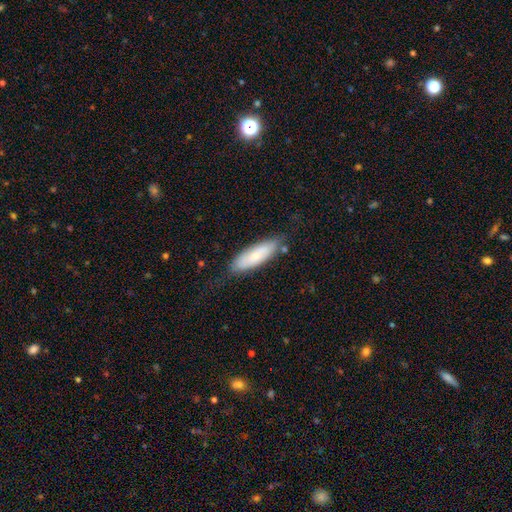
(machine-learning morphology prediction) This is likely a smooth galaxy (71%). How rounded: possibly in between (55%). Merging: likely none (73%).